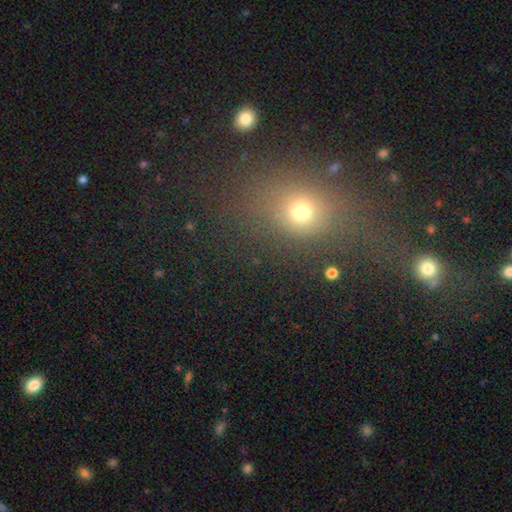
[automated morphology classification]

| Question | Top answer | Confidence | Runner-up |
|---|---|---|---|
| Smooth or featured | smooth | 53% | star or artifact (35%) |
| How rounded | round | 53% | in between (44%) |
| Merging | none | 63% | merger (15%) |